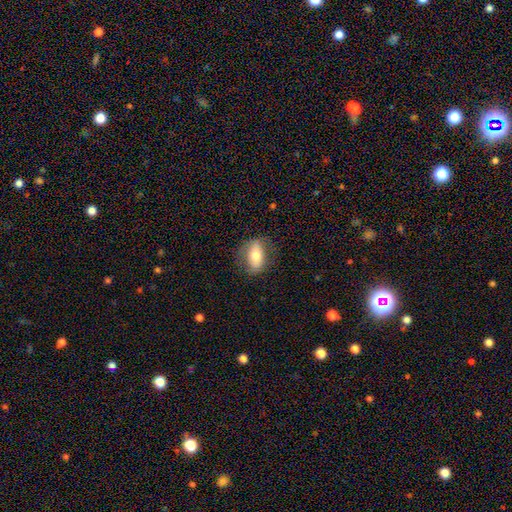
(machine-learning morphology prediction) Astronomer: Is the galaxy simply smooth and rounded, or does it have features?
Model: smooth — 61%.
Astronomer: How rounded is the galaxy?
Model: in between — 82%.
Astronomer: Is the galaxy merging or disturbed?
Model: none — 76%.